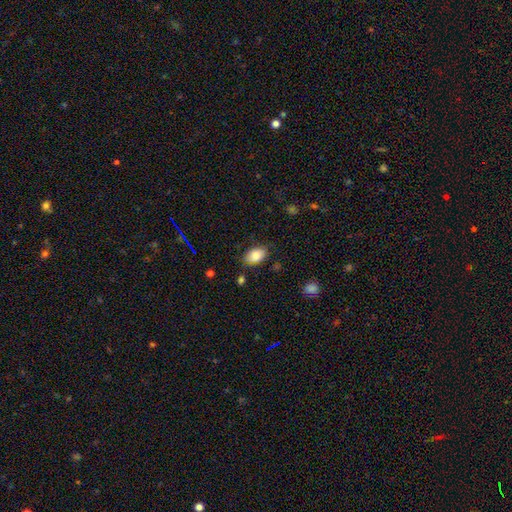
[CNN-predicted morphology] smooth-or-featured: smooth: 84% | featured or disk: 9% | star or artifact: 8%
  how-rounded: in between: 90% | round: 9% | cigar-shaped: 1%
  merging: none: 77% | minor disturbance: 17% | major disturbance: 4% | merger: 2%